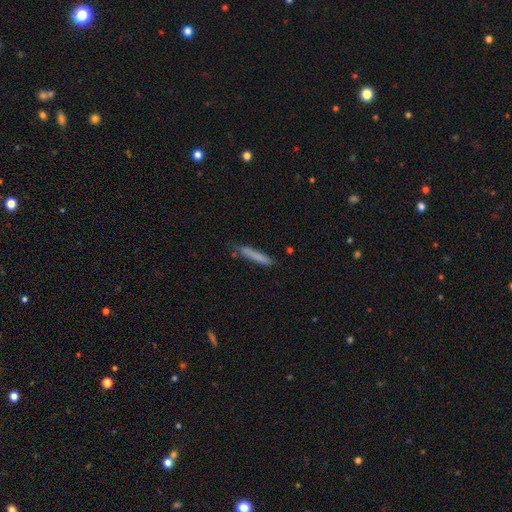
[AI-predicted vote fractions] smooth_or_featured: smooth (p=0.78) [alt: featured or disk p=0.15]
how_rounded: cigar-shaped (p=0.94) [alt: in between p=0.05]
merging: none (p=0.77) [alt: minor disturbance p=0.17]